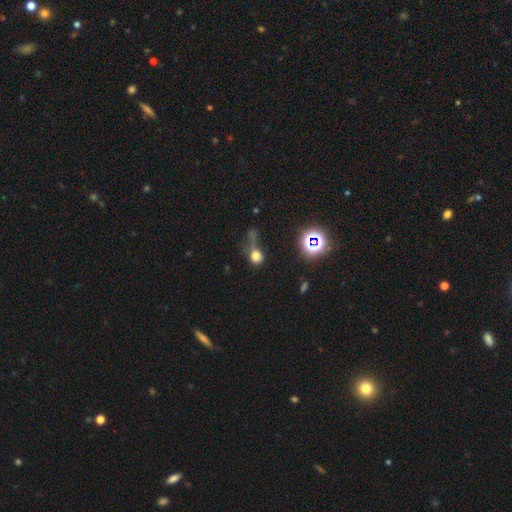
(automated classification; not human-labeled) Smooth or featured? smooth (65%)
How rounded? round (74%)
Merging? none (37%)